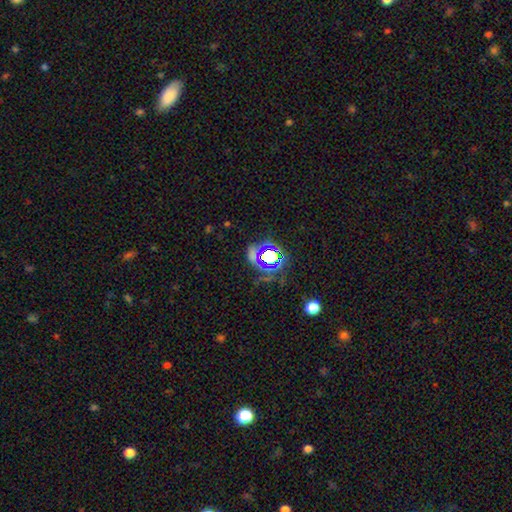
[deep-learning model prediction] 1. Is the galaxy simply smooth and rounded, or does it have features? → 60% star or artifact, 27% smooth, 13% featured or disk.